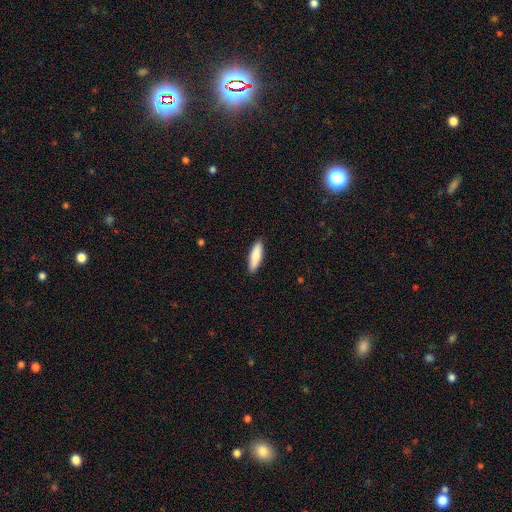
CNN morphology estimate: A smooth galaxy with no disk features (81%) that is cigar-shaped (59%). Merging: none (90%).